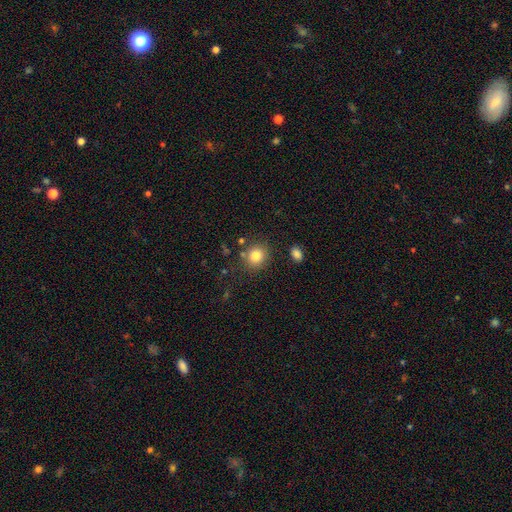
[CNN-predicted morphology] Smooth or featured? smooth (83%)
How rounded? round (79%)
Merging? none (80%)